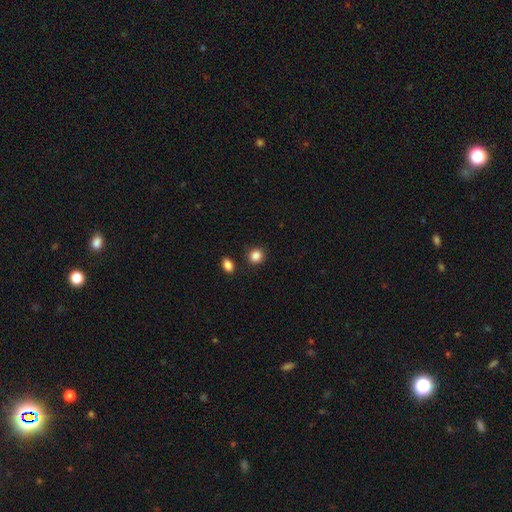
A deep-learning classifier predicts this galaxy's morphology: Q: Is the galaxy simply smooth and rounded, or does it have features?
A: smooth — 87%.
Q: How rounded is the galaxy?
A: round — 82%.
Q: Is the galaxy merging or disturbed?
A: none — 86%.